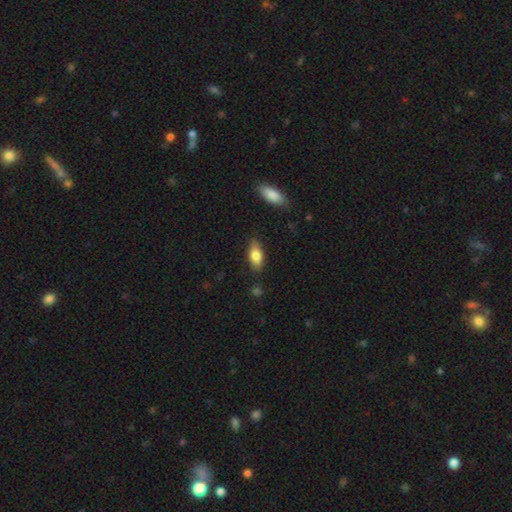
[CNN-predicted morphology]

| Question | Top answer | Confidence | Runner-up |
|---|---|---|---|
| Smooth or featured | smooth | 80% | featured or disk (13%) |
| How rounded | in between | 84% | cigar-shaped (12%) |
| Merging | none | 83% | minor disturbance (13%) |